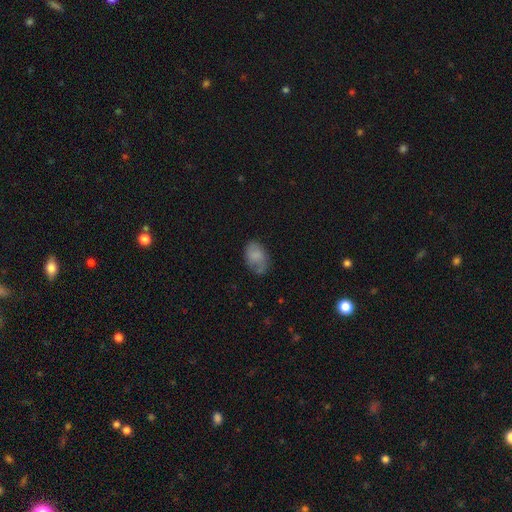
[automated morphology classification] A smooth galaxy with no disk features (74%) that is in between round and cigar-shaped (85%).

Vote fractions:
- Smooth or featured? smooth: 74% / featured or disk: 17% / star or artifact: 9%
- How rounded? in between: 85% / round: 14% / cigar-shaped: 1%
- Merging? none: 53% / minor disturbance: 30% / major disturbance: 12% / merger: 4%